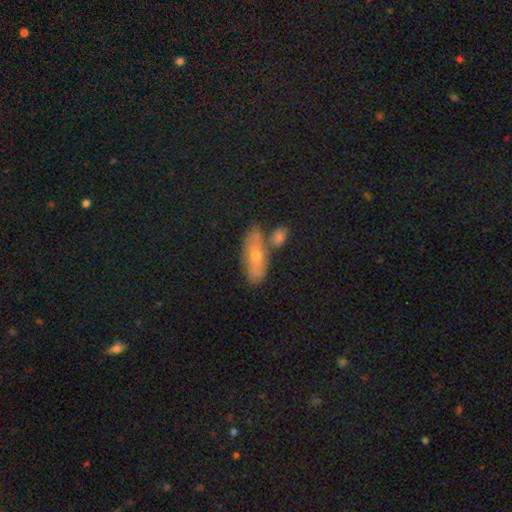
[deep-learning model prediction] A smooth galaxy with no disk features (53%) that is in between round and cigar-shaped (70%). Merging: none (60%).